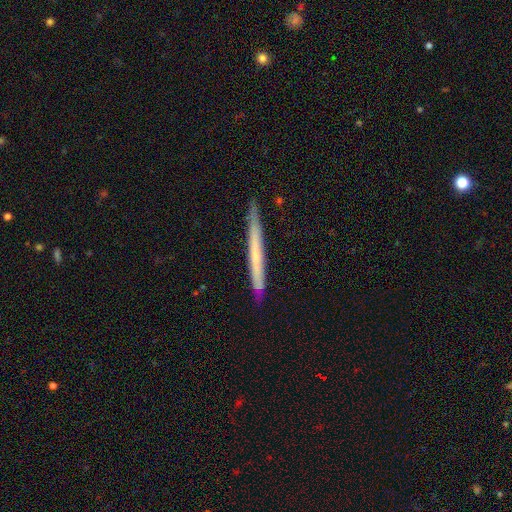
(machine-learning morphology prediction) This appears to be a featured or disk galaxy (50%). Merging: none (88%).